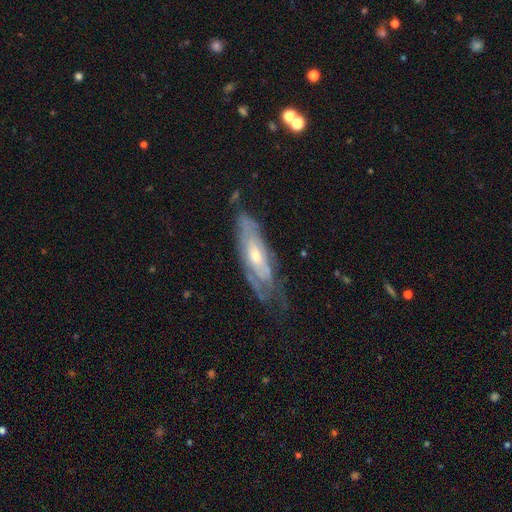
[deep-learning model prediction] smooth_or_featured: featured or disk (p=0.76) [alt: smooth p=0.18]
disk_edge_on: no (p=0.75) [alt: yes p=0.25]
bar: no (p=0.67) [alt: weak p=0.26]
has_spiral_arms: yes (p=0.80) [alt: no p=0.20]
bulge_size: small (p=0.50) [alt: moderate p=0.46]
merging: none (p=0.57) [alt: minor disturbance p=0.27]